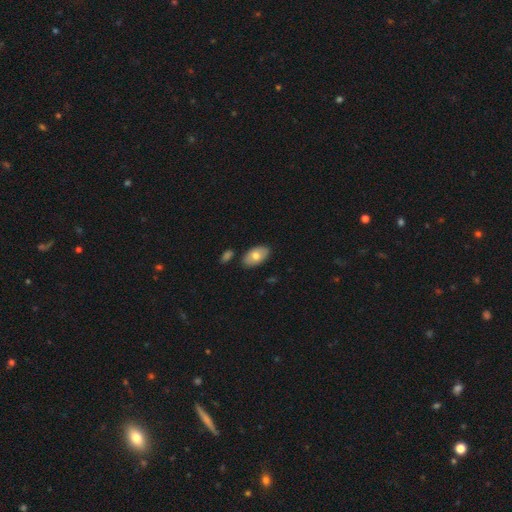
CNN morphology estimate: Overall: smooth (72%). How rounded: in between (93%). Merging: none (83%).